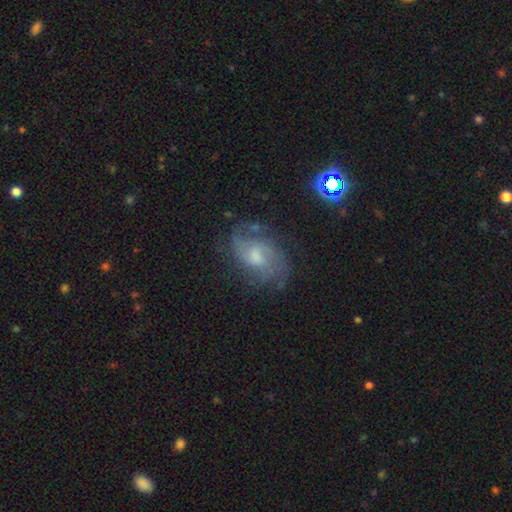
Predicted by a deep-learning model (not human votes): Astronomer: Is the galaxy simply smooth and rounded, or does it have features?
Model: featured or disk — 72%.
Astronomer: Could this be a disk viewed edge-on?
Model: no — 96%.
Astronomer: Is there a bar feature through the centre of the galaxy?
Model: no — 53% (runner-up: weak, 42%).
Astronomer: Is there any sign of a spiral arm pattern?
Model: yes — 90%.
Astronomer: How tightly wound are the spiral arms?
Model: medium — 47% (runner-up: tight, 29%).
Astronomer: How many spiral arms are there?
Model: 2 — 48% (runner-up: can't tell, 27%).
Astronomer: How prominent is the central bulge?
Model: moderate — 52% (runner-up: small, 31%).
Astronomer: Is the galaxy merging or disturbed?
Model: none — 67%.